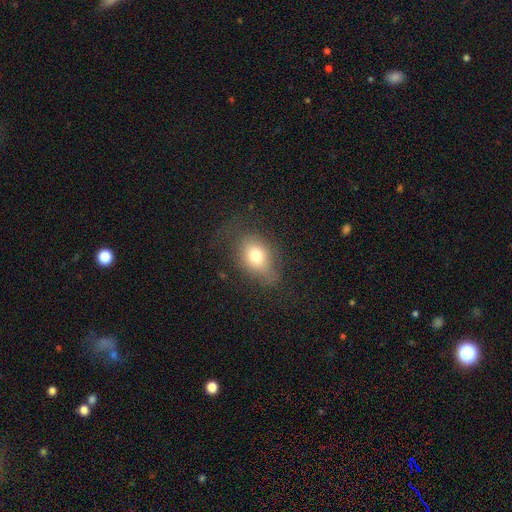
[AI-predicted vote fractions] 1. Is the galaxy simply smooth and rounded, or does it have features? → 74% smooth, 15% featured or disk, 11% star or artifact.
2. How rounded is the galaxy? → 73% in between, 25% round, 2% cigar-shaped.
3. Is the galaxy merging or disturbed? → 58% none, 25% minor disturbance, 15% major disturbance, 2% merger.